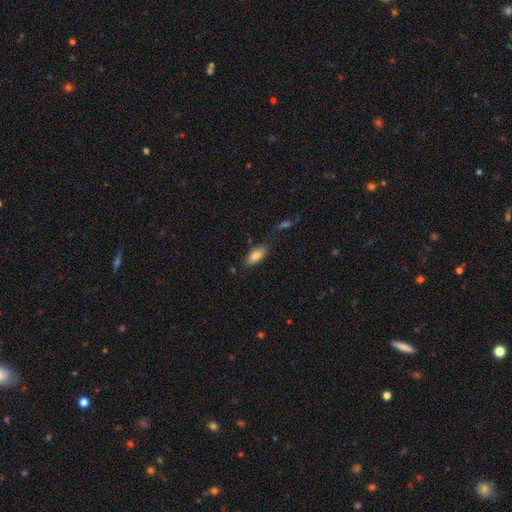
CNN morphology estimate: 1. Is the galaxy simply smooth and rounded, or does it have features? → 81% smooth, 11% featured or disk, 7% star or artifact.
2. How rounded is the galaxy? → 86% in between, 12% cigar-shaped, 2% round.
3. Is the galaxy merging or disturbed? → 74% none, 16% minor disturbance, 6% merger, 4% major disturbance.